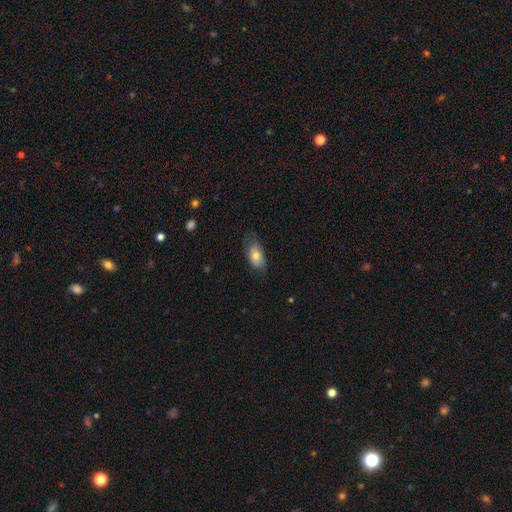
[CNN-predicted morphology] Smooth or featured? smooth (71%)
How rounded? in between (90%)
Merging? none (65%)